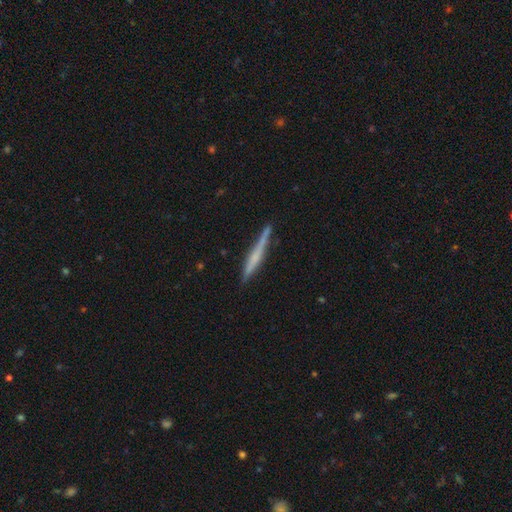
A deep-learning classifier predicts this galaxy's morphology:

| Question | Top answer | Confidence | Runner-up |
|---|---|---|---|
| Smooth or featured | featured or disk | 55% | smooth (39%) |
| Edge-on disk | yes | 97% | no (3%) |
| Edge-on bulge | none | 52% | rounded (34%) |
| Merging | none | 82% | minor disturbance (13%) |